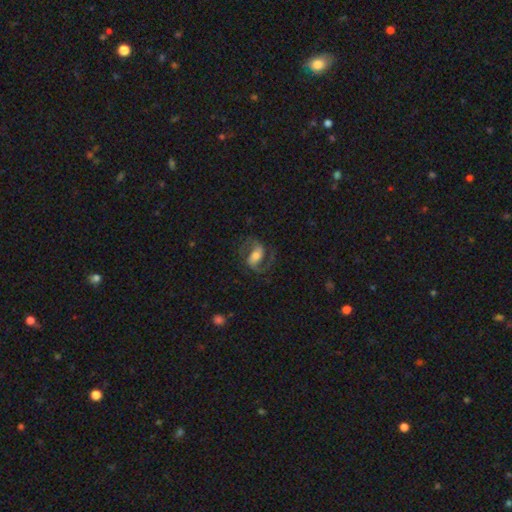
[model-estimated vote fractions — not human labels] A featured or disk galaxy (77%) with a strong bar (38%), 2 (90%) medium (57%) spiral arms (93%) and a moderate central bulge (54%).

Vote fractions:
- Smooth or featured? featured or disk: 77% / smooth: 17% / star or artifact: 7%
- Edge-on disk? no: 96% / yes: 4%
- Bar? strong: 38% / weak: 37% / no: 25%
- Spiral arms? yes: 93% / no: 7%
- Spiral winding? medium: 57% / loose: 27% / tight: 16%
- Spiral arm count? 2: 90% / can't tell: 4% / 1: 3% / 3: 1% / 4: 1% / more than 4: 1%
- Bulge size? moderate: 54% / small: 25% / large: 16% / none: 3% / dominant: 2%
- Merging? none: 70% / minor disturbance: 15% / major disturbance: 14% / merger: 1%